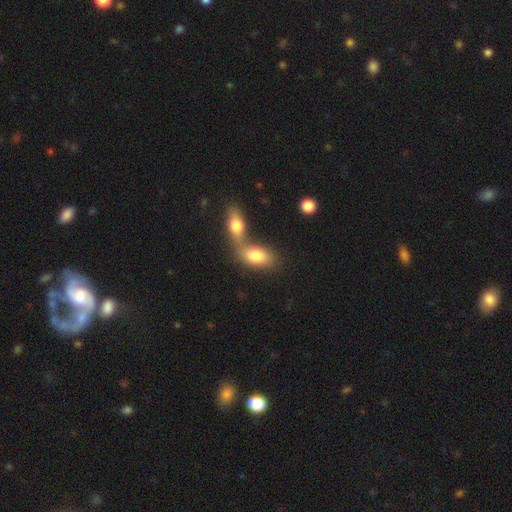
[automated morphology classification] This appears to be a smooth galaxy with no disk features (79%) that is in between round and cigar-shaped (89%). Merging: merger (65%).